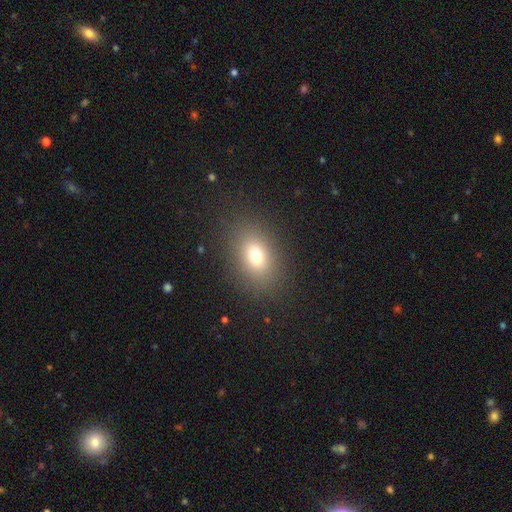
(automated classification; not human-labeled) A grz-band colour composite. It shows a smooth galaxy with no disk features (73%) that is in between round and cigar-shaped (75%). Merging: none (85%).